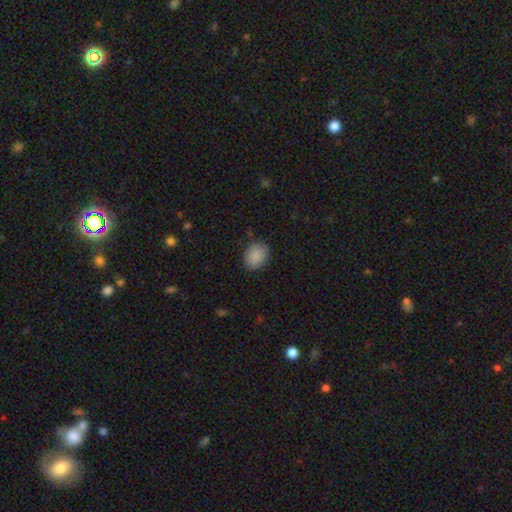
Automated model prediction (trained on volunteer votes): Smooth or featured? smooth (88%)
How rounded? in between (58%)
Merging? none (84%)